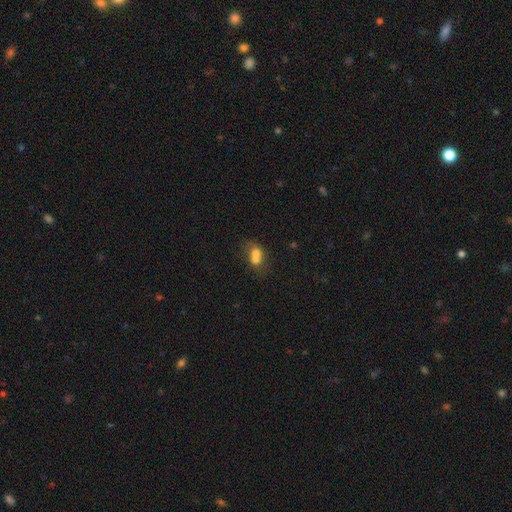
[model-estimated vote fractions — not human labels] A smooth galaxy with no disk features (67%) that is in between round and cigar-shaped (52%).

Vote fractions:
- Smooth or featured? smooth: 67% / featured or disk: 22% / star or artifact: 12%
- How rounded? in between: 52% / round: 46% / cigar-shaped: 2%
- Merging? merger: 67% / none: 20% / minor disturbance: 8% / major disturbance: 5%